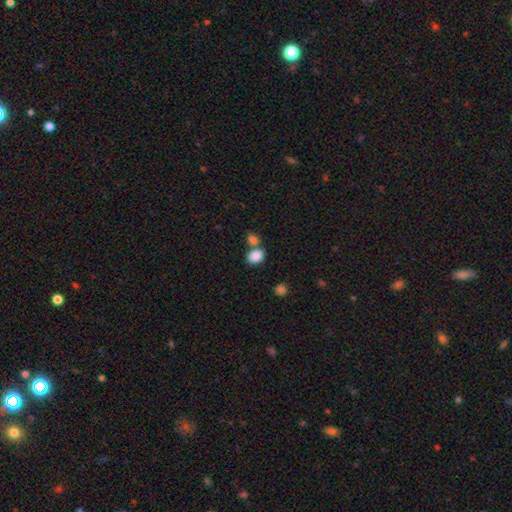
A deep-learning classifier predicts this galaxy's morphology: A smooth galaxy with no disk features (86%) that is in between round and cigar-shaped (67%).

Vote fractions:
- Smooth or featured? smooth: 86% / star or artifact: 9% / featured or disk: 5%
- How rounded? in between: 67% / round: 32% / cigar-shaped: 1%
- Merging? none: 51% / merger: 35% / minor disturbance: 11% / major disturbance: 4%